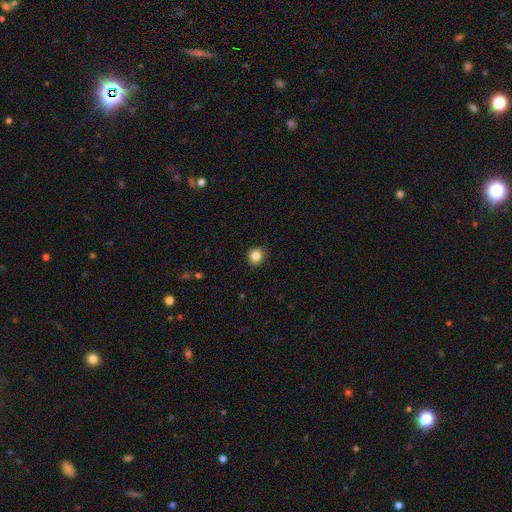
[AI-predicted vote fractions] A smooth galaxy with no disk features (85%) that is round (87%). Merging: none (91%).